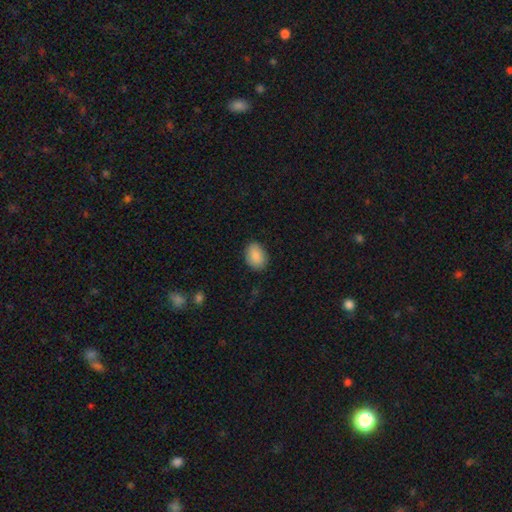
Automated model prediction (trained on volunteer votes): Smooth or featured: smooth — 89% (star or artifact — 7%)
How rounded: in between — 79% (round — 20%)
Merging: none — 86% (minor disturbance — 11%)